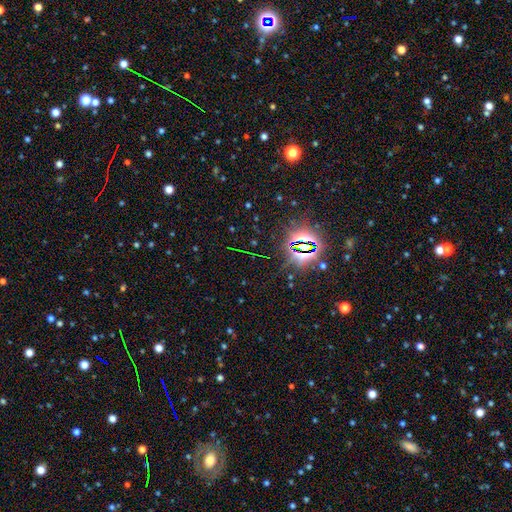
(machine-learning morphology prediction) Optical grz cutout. It shows a star or artifact, not a galaxy (81%).